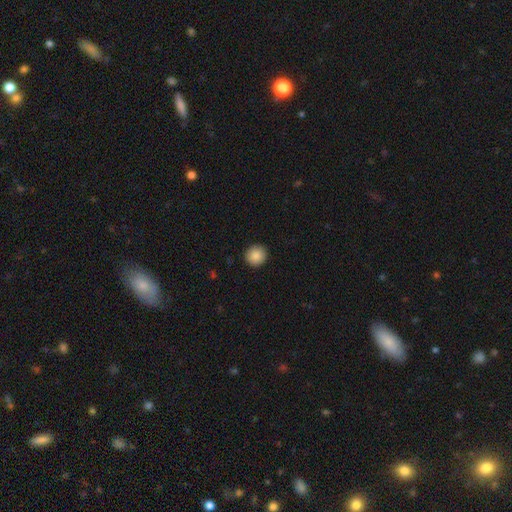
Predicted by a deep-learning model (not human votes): This is clearly a smooth galaxy (89%). How rounded: clearly round (92%). Merging: clearly none (92%).